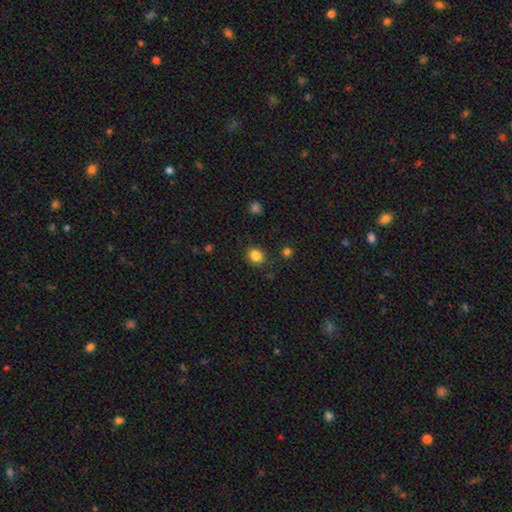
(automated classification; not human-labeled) smooth-or-featured: smooth: 85% | star or artifact: 11% | featured or disk: 4%
  how-rounded: round: 74% | in between: 25% | cigar-shaped: 1%
  merging: none: 86% | minor disturbance: 9% | major disturbance: 3% | merger: 2%